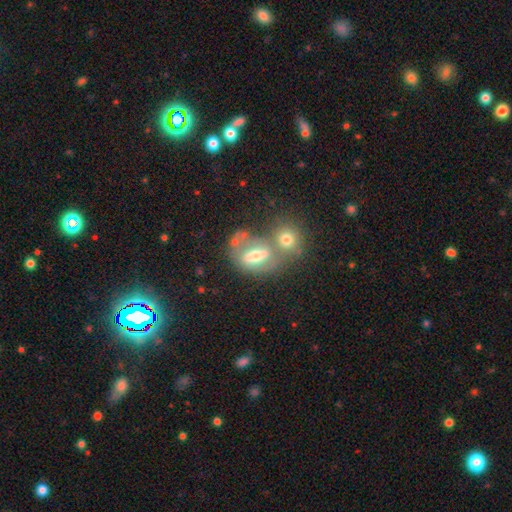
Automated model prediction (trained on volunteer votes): smooth-or-featured: featured or disk: 44% | smooth: 43% | star or artifact: 13%
  merging: merger: 54% | none: 26% | minor disturbance: 11% | major disturbance: 9%